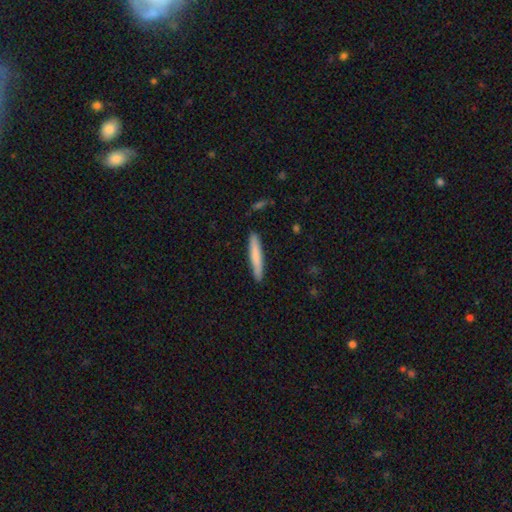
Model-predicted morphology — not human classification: The model was most divided on "smooth or featured": smooth: 76%, featured or disk: 18%, star or artifact: 5%. More confident: how rounded — cigar-shaped (94%); merging — none (90%).